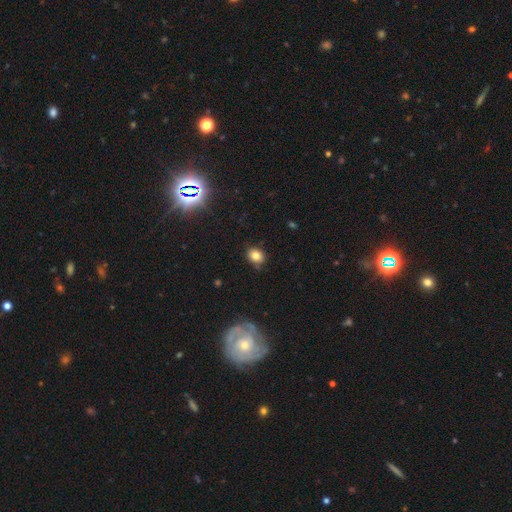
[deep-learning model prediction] A smooth galaxy with no disk features (79%) that is round (55%).

Vote fractions:
- Smooth or featured? smooth: 79% / star or artifact: 13% / featured or disk: 8%
- How rounded? round: 55% / in between: 43% / cigar-shaped: 1%
- Merging? none: 78% / minor disturbance: 17% / major disturbance: 3% / merger: 2%